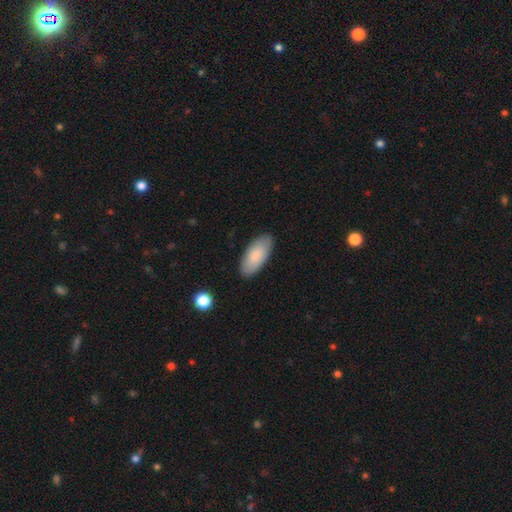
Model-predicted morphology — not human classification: Smooth or featured?
  - smooth: 84% *
  - featured or disk: 10%
  - star or artifact: 6%
How rounded?
  - in between: 89% *
  - cigar-shaped: 9%
  - round: 2%
Merging?
  - none: 87% *
  - minor disturbance: 10%
  - major disturbance: 2%
  - merger: 1%